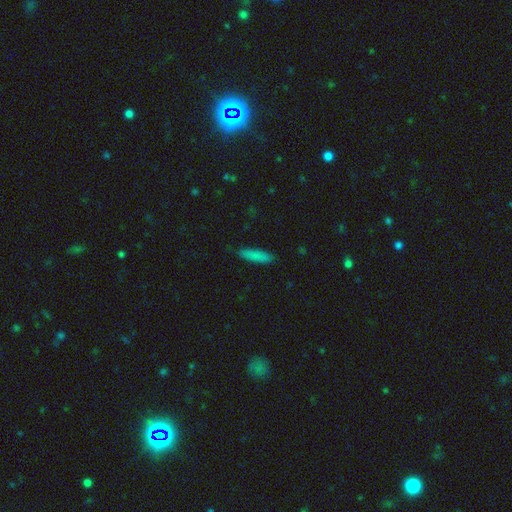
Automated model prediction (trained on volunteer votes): Overall: smooth (85%). How rounded: cigar-shaped (71%). Merging: none (87%).